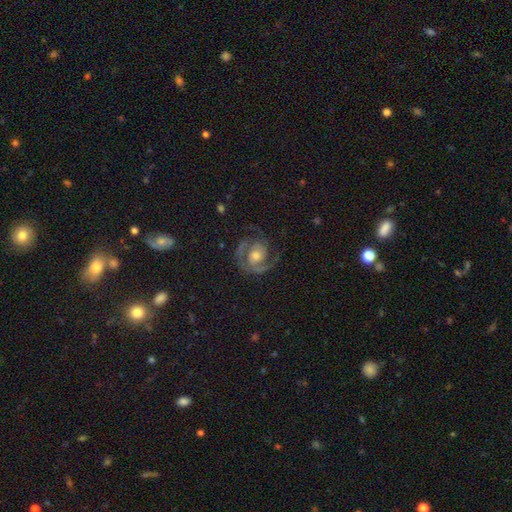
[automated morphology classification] smooth-or-featured: featured or disk: 84% | smooth: 10% | star or artifact: 6%
  disk-edge-on: no: 98% | yes: 2%
    bar: no: 63% | weak: 29% | strong: 8%
    has-spiral-arms: yes: 95% | no: 5%
      spiral-winding: tight: 47% | medium: 43% | loose: 11%
      spiral-arm-count: 2: 70% | 1: 10% | can't tell: 8% | 3: 7% | 4: 2% | more than 4: 2%
    bulge-size: moderate: 57% | small: 20% | large: 18% | none: 3% | dominant: 2%
  merging: none: 70% | minor disturbance: 16% | major disturbance: 12% | merger: 1%